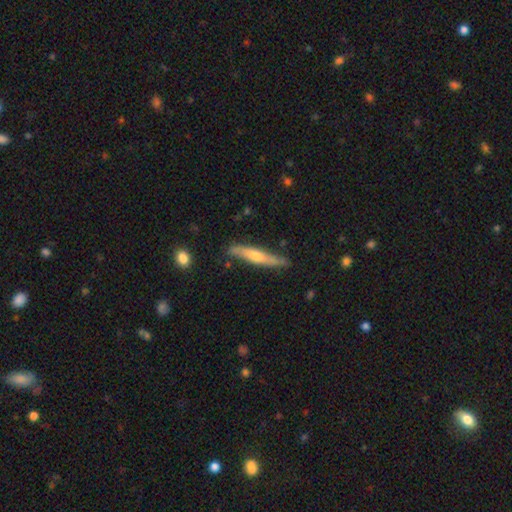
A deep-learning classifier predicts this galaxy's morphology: This appears to be a featured or disk galaxy (49%). Merging: none (80%).